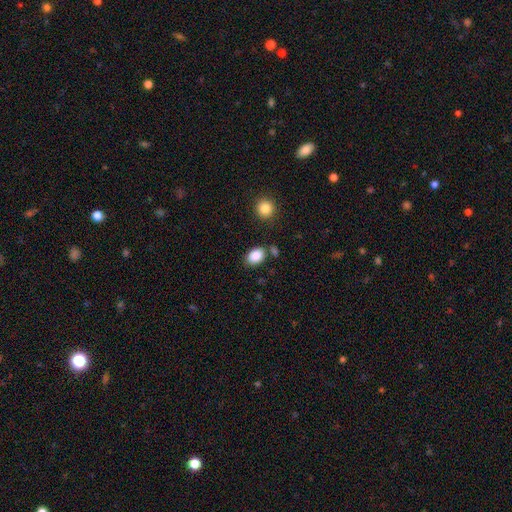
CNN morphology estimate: Q: Smooth or featured?
A: smooth (88%); runner-up: star or artifact (8%)
Q: How rounded?
A: in between (82%); runner-up: round (17%)
Q: Merging?
A: none (77%); runner-up: minor disturbance (13%)